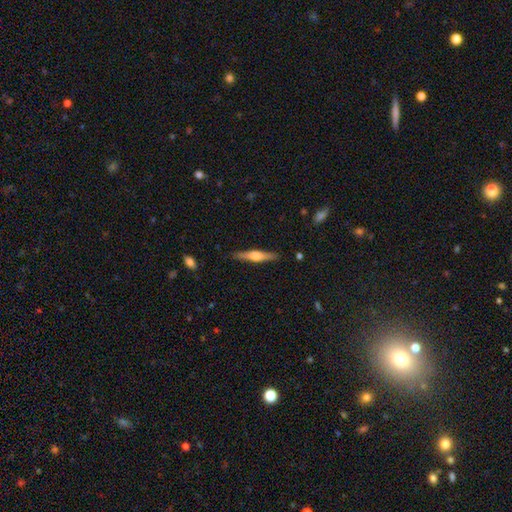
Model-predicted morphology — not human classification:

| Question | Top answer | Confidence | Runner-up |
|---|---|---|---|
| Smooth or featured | featured or disk | 65% | smooth (29%) |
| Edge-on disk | yes | 98% | no (2%) |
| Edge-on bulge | rounded | 86% | boxy (10%) |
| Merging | none | 89% | minor disturbance (8%) |